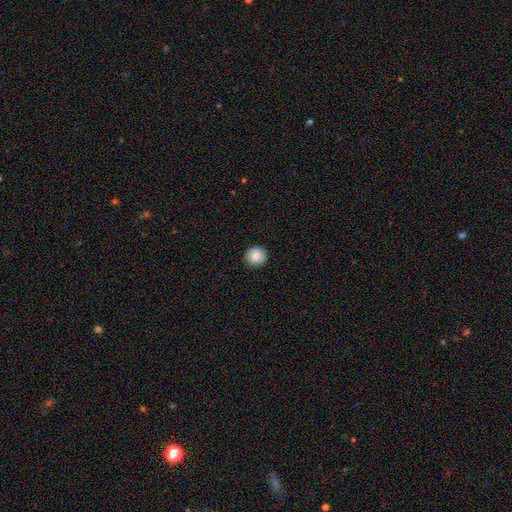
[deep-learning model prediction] Morphology: type=smooth (86%); roundness=round (92%); merging=none (90%).